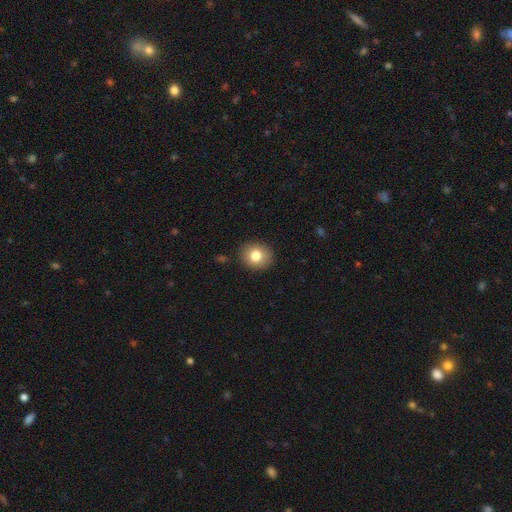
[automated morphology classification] A smooth galaxy with no disk features (79%) that is round (72%).

Vote fractions:
- Smooth or featured? smooth: 79% / featured or disk: 11% / star or artifact: 10%
- How rounded? round: 72% / in between: 27% / cigar-shaped: 1%
- Merging? none: 89% / minor disturbance: 8% / major disturbance: 2% / merger: 1%